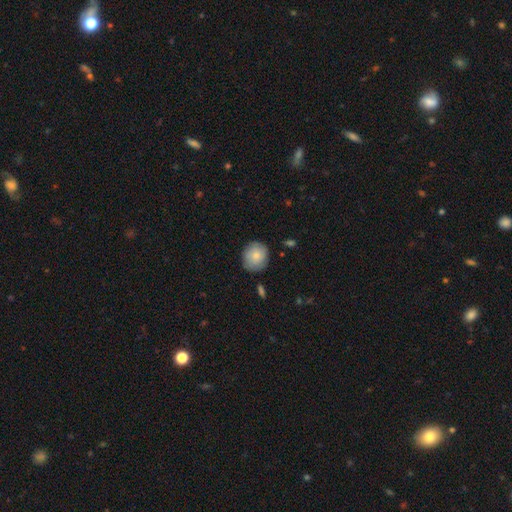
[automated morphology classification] This appears to be a smooth galaxy with no disk features (79%) that is round (84%). Merging: none (82%).